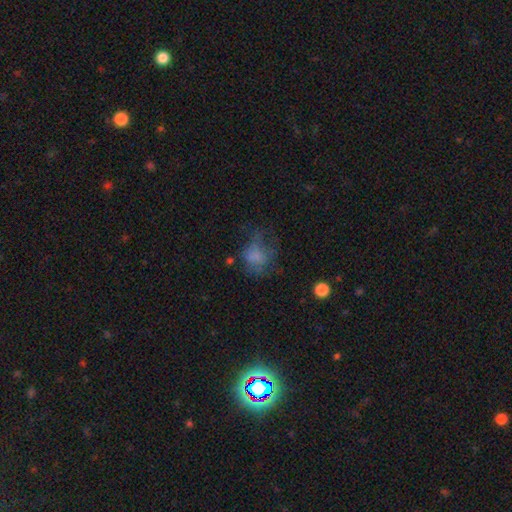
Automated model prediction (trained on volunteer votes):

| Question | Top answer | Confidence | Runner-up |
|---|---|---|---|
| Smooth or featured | smooth | 61% | featured or disk (24%) |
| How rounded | round | 56% | in between (43%) |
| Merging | major disturbance | 37% | tied: none (37%) |